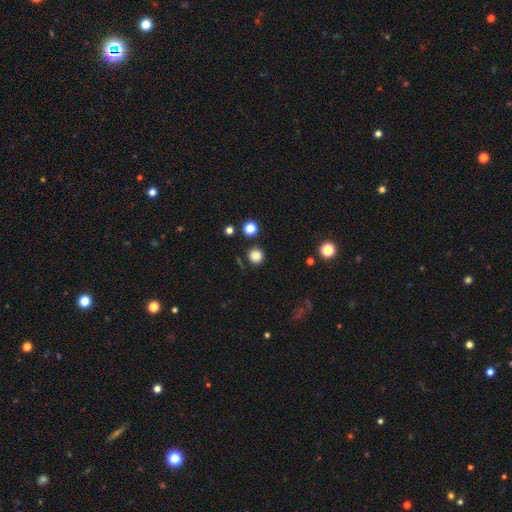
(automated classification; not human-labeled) smooth-or-featured: smooth: 83% | star or artifact: 13% | featured or disk: 4%
  how-rounded: round: 94% | in between: 5% | cigar-shaped: 1%
  merging: none: 87% | minor disturbance: 7% | merger: 3% | major disturbance: 3%